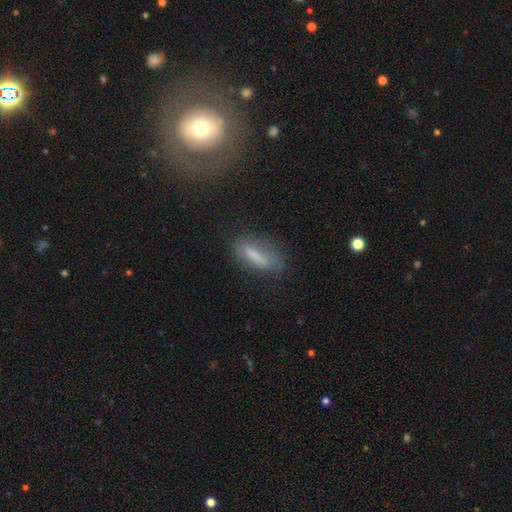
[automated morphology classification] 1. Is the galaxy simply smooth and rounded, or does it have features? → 67% smooth, 23% featured or disk, 10% star or artifact.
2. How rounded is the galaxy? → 54% cigar-shaped, 43% in between, 3% round.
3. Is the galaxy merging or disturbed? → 65% none, 21% minor disturbance, 10% major disturbance, 3% merger.